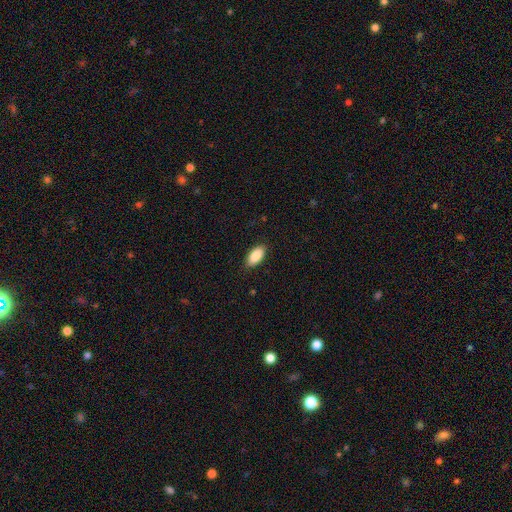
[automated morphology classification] Smooth or featured? Predicted: smooth (p=0.89). How rounded? Predicted: in between (p=0.91). Merging? Predicted: none (p=0.87).